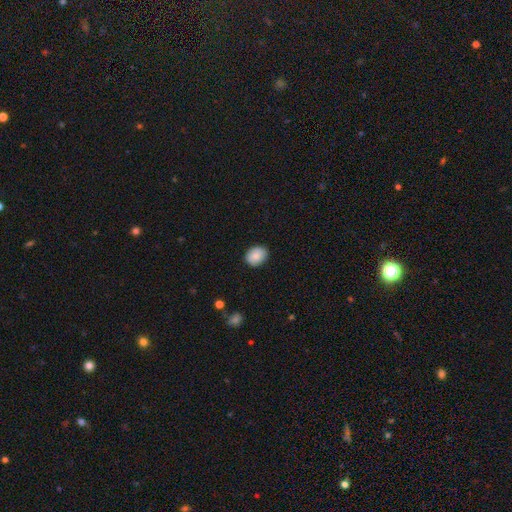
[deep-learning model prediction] Q: Smooth or featured?
A: smooth (83%); runner-up: featured or disk (9%)
Q: How rounded?
A: in between (57%); runner-up: round (43%)
Q: Merging?
A: none (85%); runner-up: minor disturbance (12%)